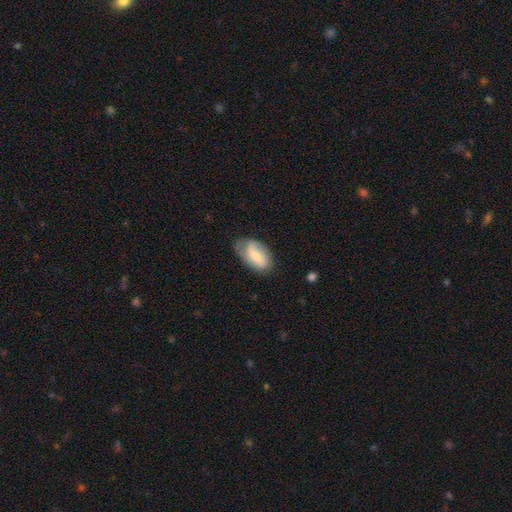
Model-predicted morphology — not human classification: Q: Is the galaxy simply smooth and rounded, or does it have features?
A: featured or disk — 47%, tied with smooth.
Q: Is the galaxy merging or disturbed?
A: none — 62%.